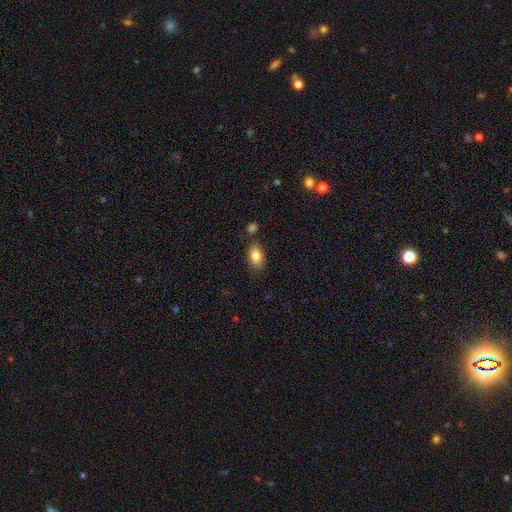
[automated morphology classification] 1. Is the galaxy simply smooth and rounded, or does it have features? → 84% smooth, 8% featured or disk, 8% star or artifact.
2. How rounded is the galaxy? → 90% in between, 7% round, 3% cigar-shaped.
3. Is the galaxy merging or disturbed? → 75% none, 15% minor disturbance, 7% merger, 3% major disturbance.